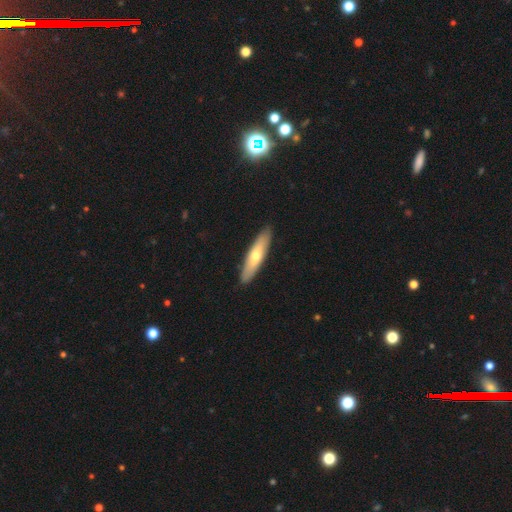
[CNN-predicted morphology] Q: Smooth or featured?
A: smooth (58%); runner-up: featured or disk (37%)
Q: How rounded?
A: cigar-shaped (76%); runner-up: in between (23%)
Q: Merging?
A: none (90%); runner-up: minor disturbance (8%)